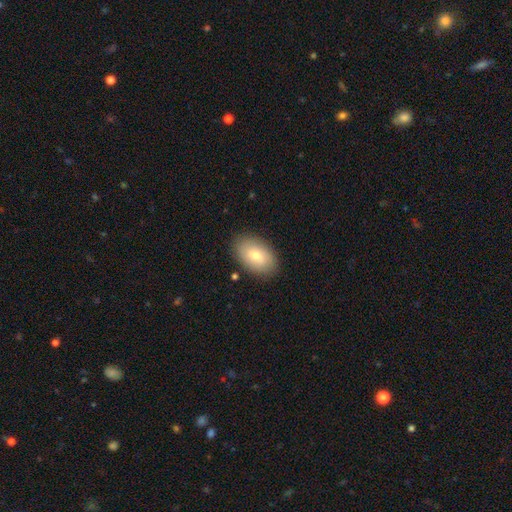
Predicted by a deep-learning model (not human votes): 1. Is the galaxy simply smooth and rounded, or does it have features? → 74% smooth, 19% featured or disk, 7% star or artifact.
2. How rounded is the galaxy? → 91% in between, 8% round, 1% cigar-shaped.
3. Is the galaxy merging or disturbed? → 86% none, 10% minor disturbance, 3% major disturbance, 1% merger.